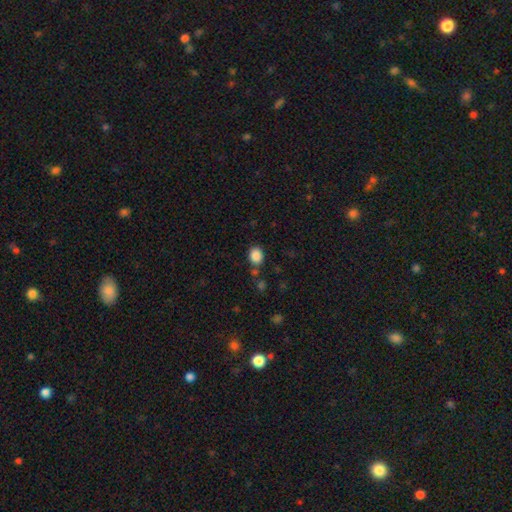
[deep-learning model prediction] A smooth galaxy with no disk features (86%) that is round (58%). Merging: none (74%).